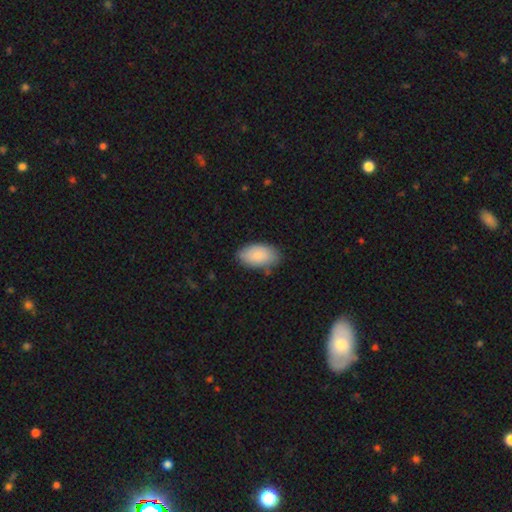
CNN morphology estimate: A smooth galaxy with no disk features (83%) that is in between round and cigar-shaped (95%).

Vote fractions:
- Smooth or featured? smooth: 83% / featured or disk: 11% / star or artifact: 6%
- How rounded? in between: 95% / round: 4% / cigar-shaped: 2%
- Merging? none: 78% / minor disturbance: 17% / major disturbance: 3% / merger: 2%